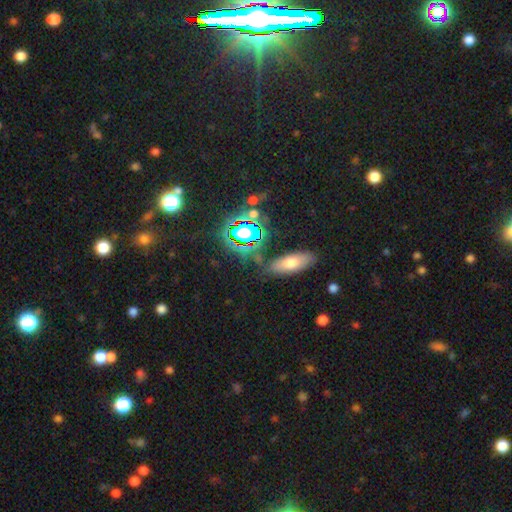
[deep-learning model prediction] This appears to be a star or artifact, not a galaxy (47%).